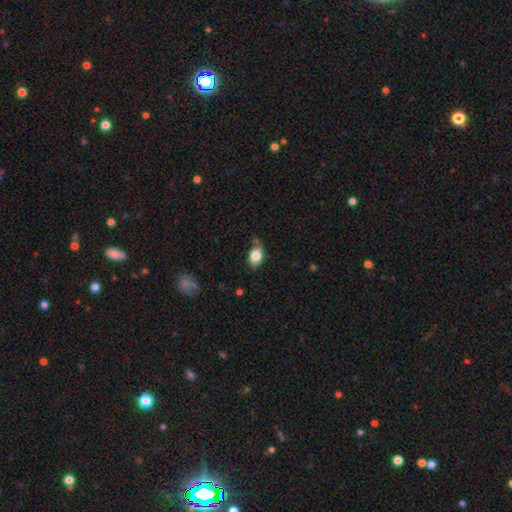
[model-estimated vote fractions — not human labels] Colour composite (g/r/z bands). It shows a smooth galaxy with no disk features (80%) that is in between round and cigar-shaped (82%). Merging: none (64%).